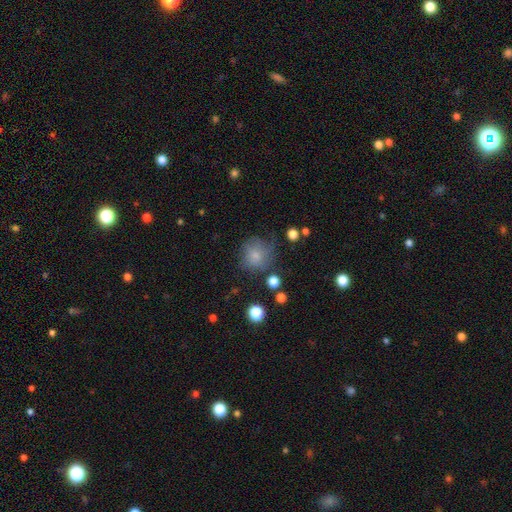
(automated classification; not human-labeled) Overall: smooth (73%). How rounded: round (86%). Merging: none (60%; minor disturbance 23%).